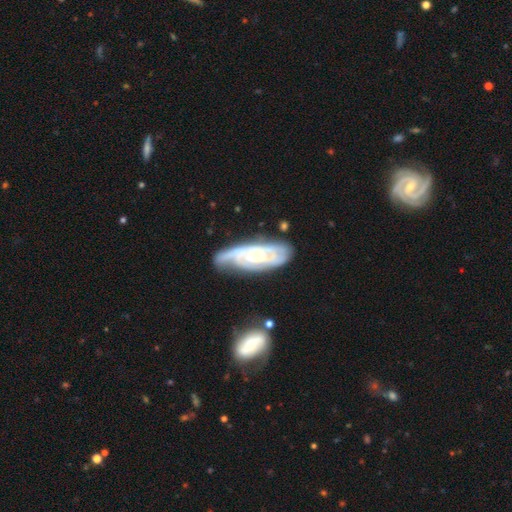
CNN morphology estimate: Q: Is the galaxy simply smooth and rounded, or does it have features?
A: featured or disk — 83%.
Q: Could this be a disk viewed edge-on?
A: no — 90%.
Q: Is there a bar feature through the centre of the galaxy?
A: no — 50%.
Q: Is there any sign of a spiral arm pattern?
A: yes — 93%.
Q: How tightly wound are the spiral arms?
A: tight — 64%.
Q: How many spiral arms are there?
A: can't tell — 36%.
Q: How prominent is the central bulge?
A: moderate — 58%.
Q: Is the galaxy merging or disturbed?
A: none — 60%.